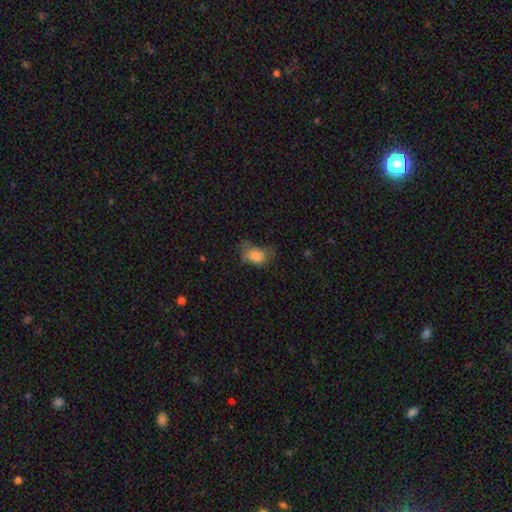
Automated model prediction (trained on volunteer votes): Smooth or featured? smooth (81%)
How rounded? in between (70%)
Merging? none (38%)